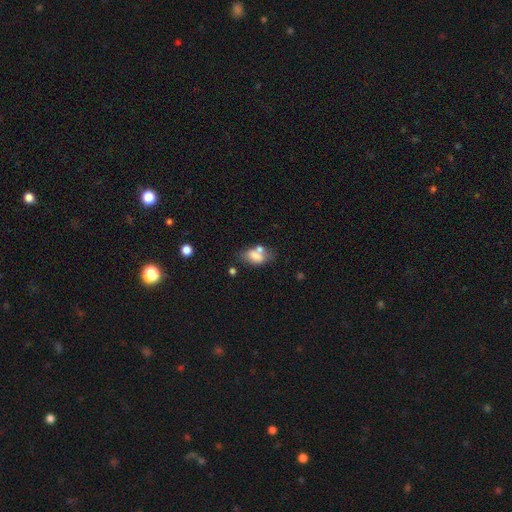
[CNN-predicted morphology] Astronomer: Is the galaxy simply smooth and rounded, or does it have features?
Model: smooth — 70%.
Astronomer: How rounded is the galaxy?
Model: in between — 86%.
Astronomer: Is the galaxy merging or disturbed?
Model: none — 40% (runner-up: merger, 30%).